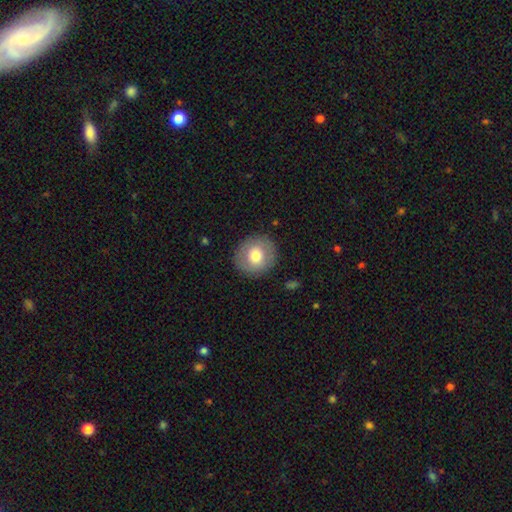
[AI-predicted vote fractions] smooth_or_featured: smooth (p=0.68) [alt: featured or disk p=0.24]
how_rounded: round (p=0.89) [alt: in between p=0.10]
merging: none (p=0.88) [alt: minor disturbance p=0.08]